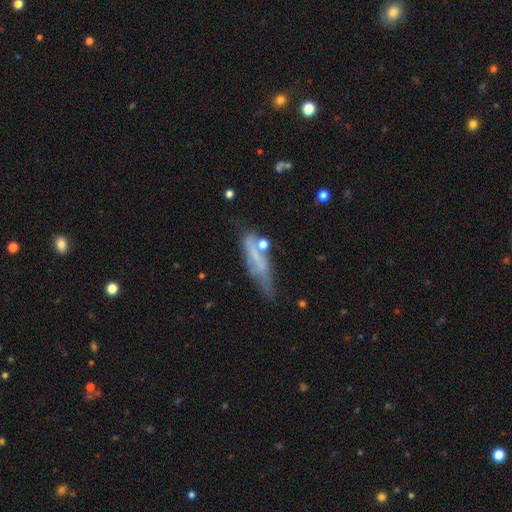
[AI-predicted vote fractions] Morphology: type=featured or disk (44%, tied with smooth); merging=none (46%).